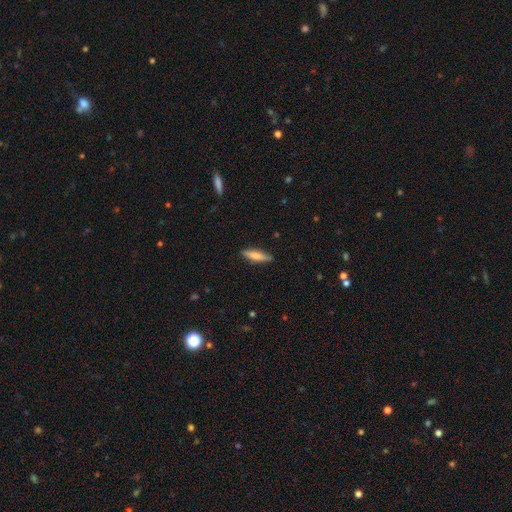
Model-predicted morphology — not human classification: Smooth or featured?
  - smooth: 77% *
  - featured or disk: 17%
  - star or artifact: 6%
How rounded?
  - cigar-shaped: 70% *
  - in between: 29%
  - round: 2%
Merging?
  - none: 85% *
  - minor disturbance: 12%
  - major disturbance: 2%
  - merger: 1%